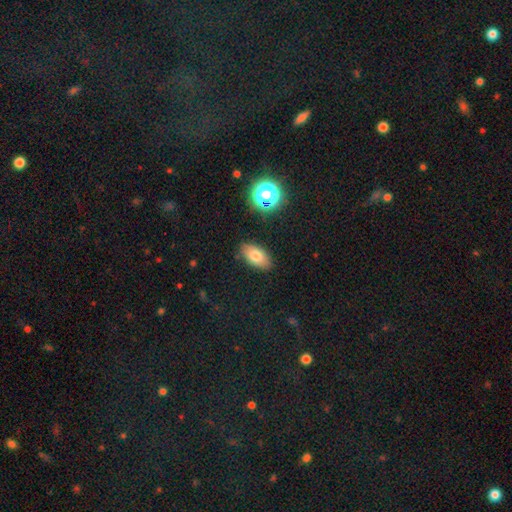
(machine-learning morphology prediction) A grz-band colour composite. It shows a smooth galaxy with no disk features (78%) that is in between round and cigar-shaped (91%). Merging: none (85%).